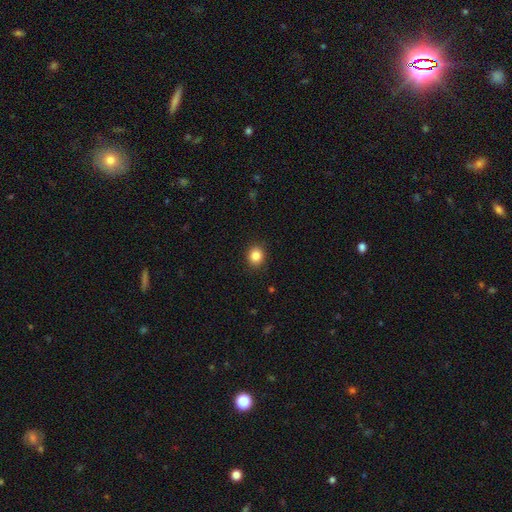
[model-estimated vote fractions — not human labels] A smooth galaxy with no disk features (86%) that is round (79%). Merging: none (90%).